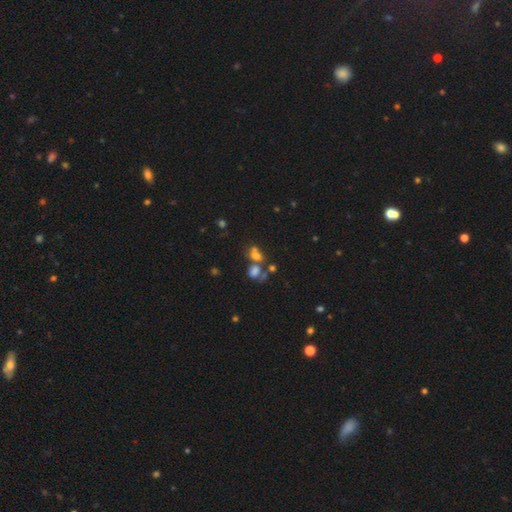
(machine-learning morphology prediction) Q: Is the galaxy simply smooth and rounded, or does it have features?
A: smooth — 61%.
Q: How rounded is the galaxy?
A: in between — 54%.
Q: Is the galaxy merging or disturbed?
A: merger — 49%.